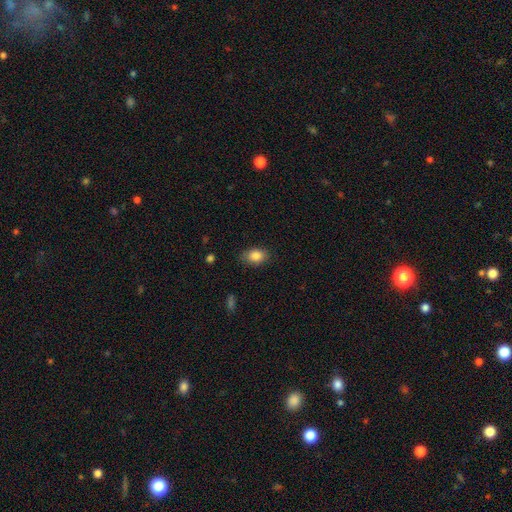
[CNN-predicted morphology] smooth 86%, star or artifact 8%, featured or disk 6%. Down the decision tree: how rounded — in between (82%); merging — none (81%).